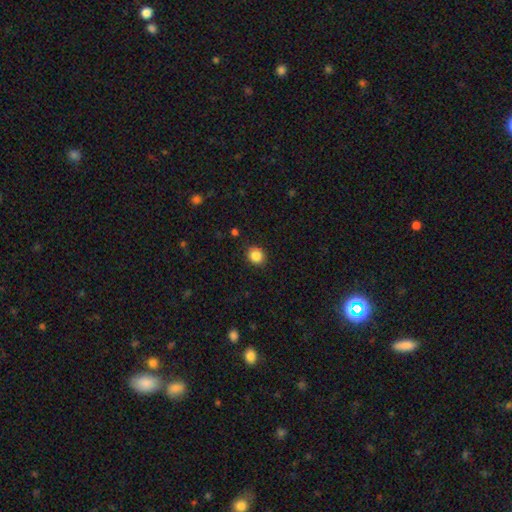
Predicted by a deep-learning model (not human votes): smooth-or-featured: smooth: 86% | star or artifact: 9% | featured or disk: 5%
  how-rounded: round: 68% | in between: 31% | cigar-shaped: 1%
  merging: none: 88% | minor disturbance: 9% | major disturbance: 2% | merger: 1%